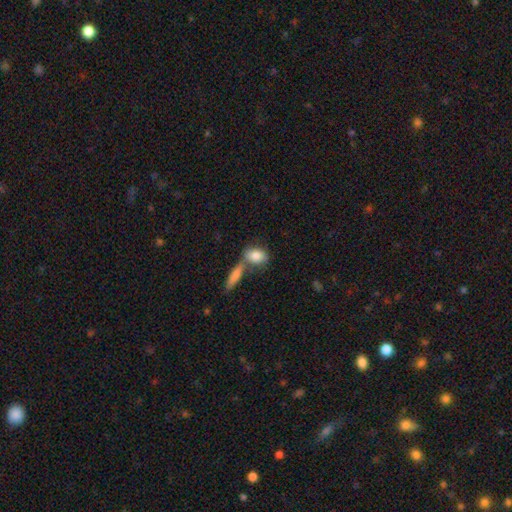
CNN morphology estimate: smooth 80%, featured or disk 13%, star or artifact 7%. Down the decision tree: how rounded — in between (70%); merging — none (45%).